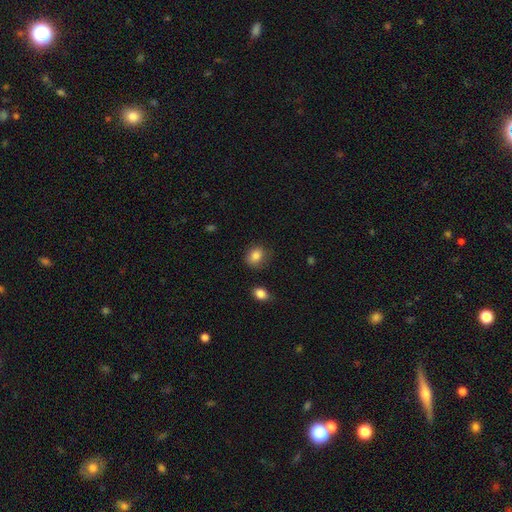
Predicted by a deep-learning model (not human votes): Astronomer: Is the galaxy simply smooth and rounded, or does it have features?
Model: smooth — 85%.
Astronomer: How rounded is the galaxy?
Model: round — 51% (runner-up: in between, 47%).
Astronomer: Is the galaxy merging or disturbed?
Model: none — 76%.